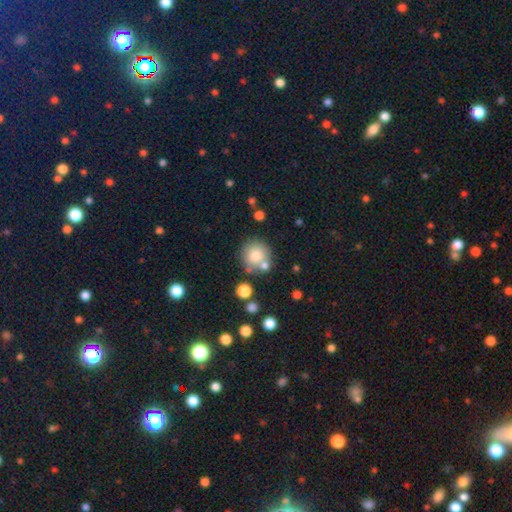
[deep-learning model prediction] smooth_or_featured: smooth (p=0.78) [alt: featured or disk p=0.11]
how_rounded: round (p=0.92) [alt: in between p=0.07]
merging: none (p=0.69) [alt: merger p=0.16]